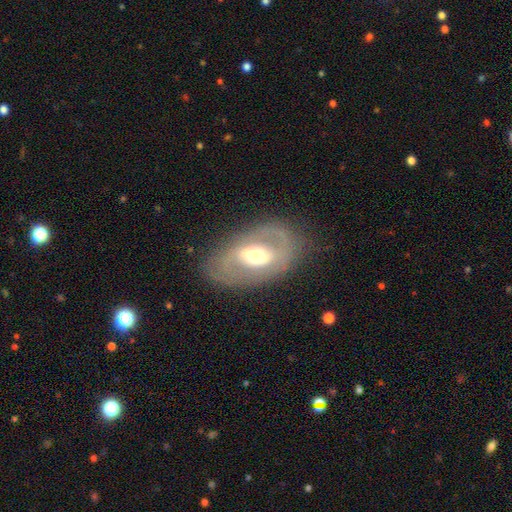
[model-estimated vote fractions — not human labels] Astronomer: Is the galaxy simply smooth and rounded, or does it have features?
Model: featured or disk — 70%.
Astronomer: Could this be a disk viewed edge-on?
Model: no — 92%.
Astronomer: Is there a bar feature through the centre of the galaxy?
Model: weak — 38% (runner-up: strong, 35%).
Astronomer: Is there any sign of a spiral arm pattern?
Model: yes — 57% (runner-up: no, 43%).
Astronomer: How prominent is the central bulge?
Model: moderate — 64%.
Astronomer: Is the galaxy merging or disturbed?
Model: none — 77%.